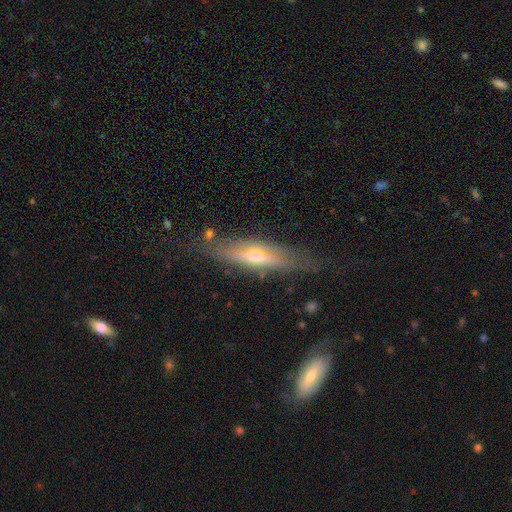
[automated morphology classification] Overall: featured or disk (65%; smooth 29%). Edge-on disk: yes (87%). Edge-on bulge: rounded (84%). Merging: none (74%).